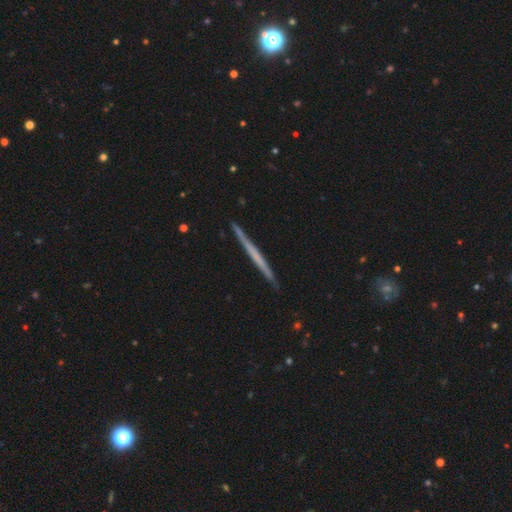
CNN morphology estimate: featured or disk 55%, smooth 40%, star or artifact 5%. Down the decision tree: edge-on disk — yes (98%); edge-on bulge — none (90%); merging — none (91%).